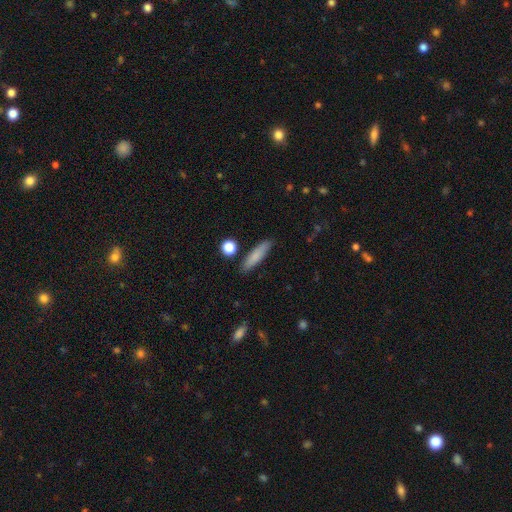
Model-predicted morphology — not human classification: smooth 81%, featured or disk 12%, star or artifact 7%. Down the decision tree: how rounded — cigar-shaped (76%); merging — none (86%).